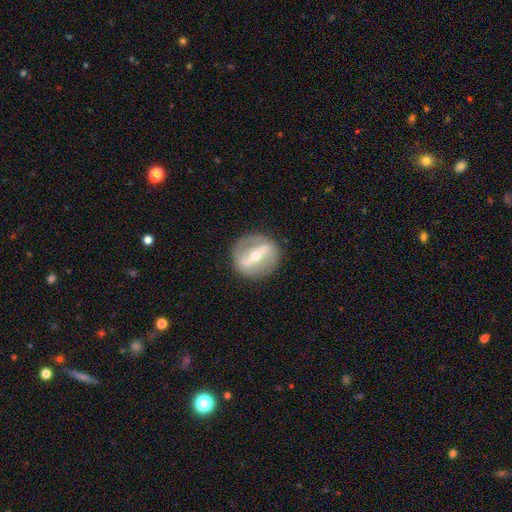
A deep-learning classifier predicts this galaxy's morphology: A featured or disk galaxy (80%) with a strong bar (81%), no spiral arms (52%) and a moderate central bulge (49%).

Vote fractions:
- Smooth or featured? featured or disk: 80% / smooth: 14% / star or artifact: 5%
- Edge-on disk? no: 86% / yes: 14%
- Bar? strong: 81% / weak: 14% / no: 5%
- Spiral arms? no: 52% / yes: 48%
- Bulge size? moderate: 49% / small: 47% / large: 2% / none: 1% / dominant: 1%
- Merging? none: 86% / minor disturbance: 9% / major disturbance: 4% / merger: 1%